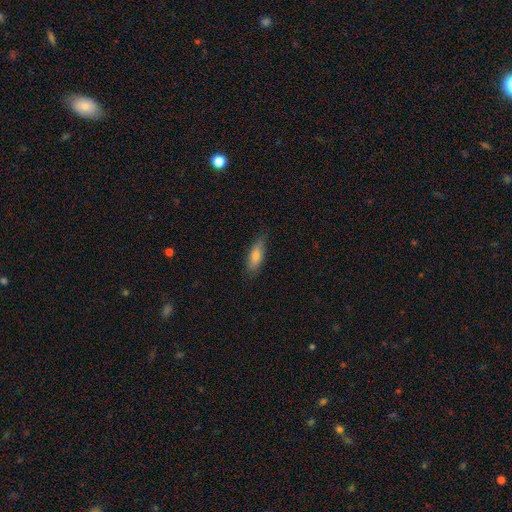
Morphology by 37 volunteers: type=smooth (73%); roundness=in between (67%); merging=none (75%).